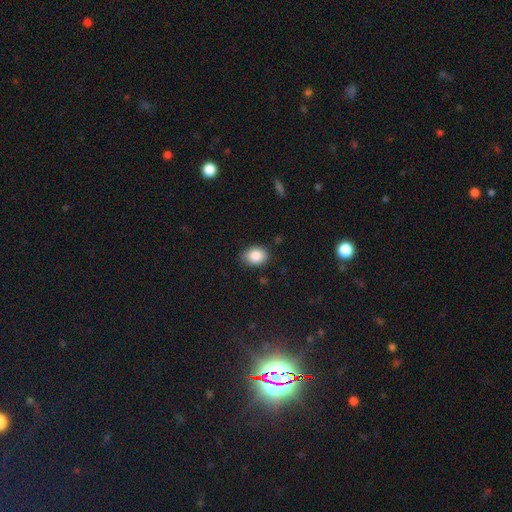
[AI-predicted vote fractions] A smooth galaxy with no disk features (87%) that is in between round and cigar-shaped (66%). Merging: none (81%).